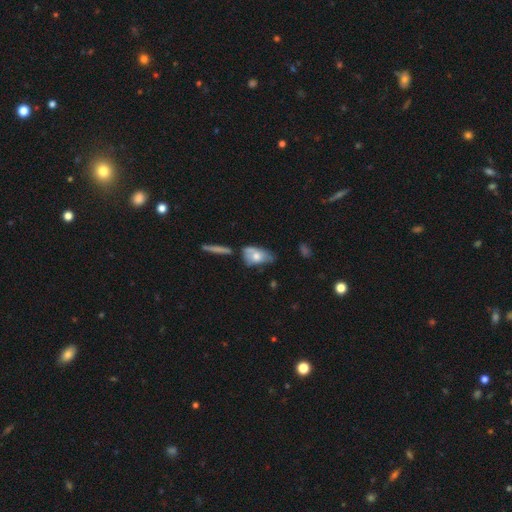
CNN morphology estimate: The model was most divided on "merging": minor disturbance: 34%, none: 31%, major disturbance: 20%, merger: 15%. More confident: how rounded — in between (86%); smooth or featured — smooth (62%).